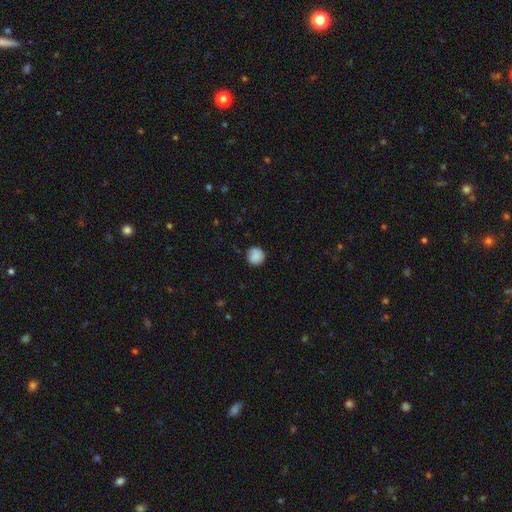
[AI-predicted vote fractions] This appears to be a smooth galaxy with no disk features (85%) that is round (92%). Merging: none (81%).